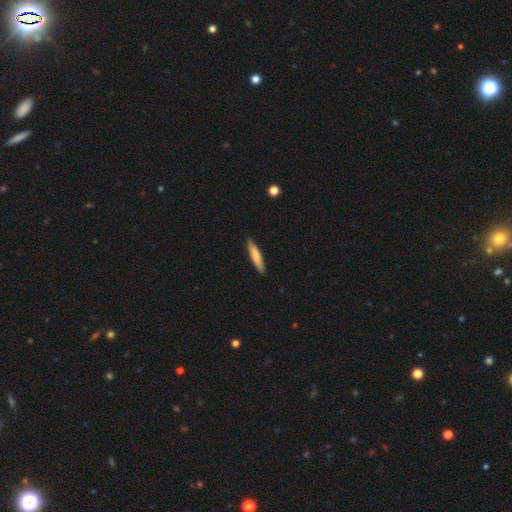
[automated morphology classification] smooth 75%, featured or disk 19%, star or artifact 5%. Down the decision tree: how rounded — cigar-shaped (90%); merging — none (89%).